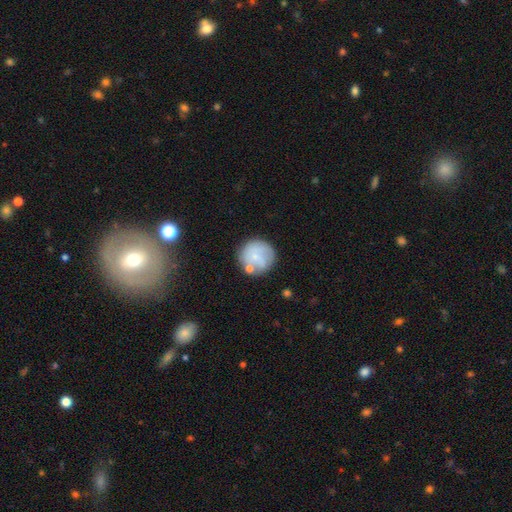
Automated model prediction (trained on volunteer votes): Q: Smooth or featured?
A: smooth (65%); runner-up: featured or disk (27%)
Q: How rounded?
A: round (94%); runner-up: in between (5%)
Q: Merging?
A: none (68%); runner-up: minor disturbance (15%)